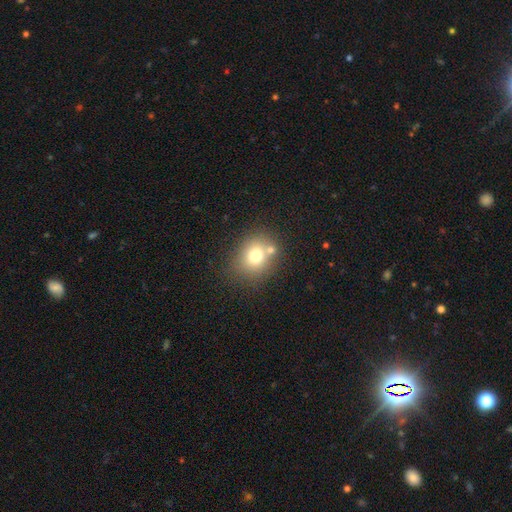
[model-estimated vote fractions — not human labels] This appears to be a smooth galaxy with no disk features (73%) that is round (65%). Merging: none (64%).